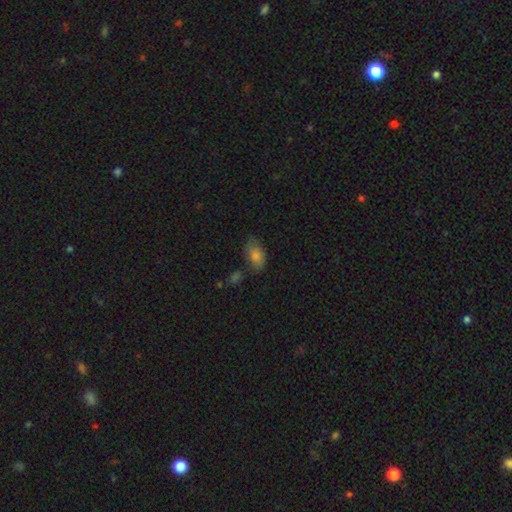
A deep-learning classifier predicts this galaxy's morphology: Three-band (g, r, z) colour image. It shows a smooth galaxy with no disk features (78%) that is in between round and cigar-shaped (89%). Merging: none (65%).